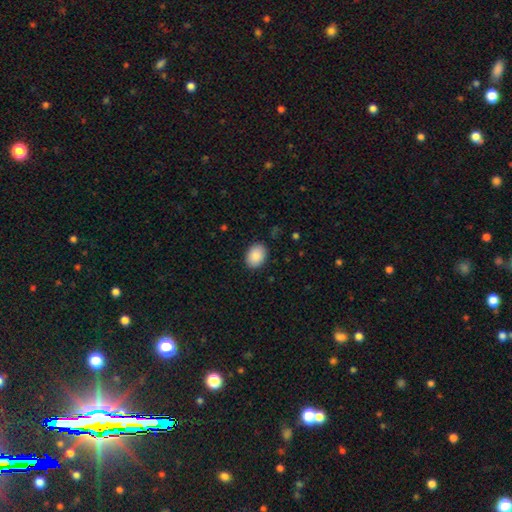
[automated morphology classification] smooth-or-featured: smooth: 89% | star or artifact: 7% | featured or disk: 4%
  how-rounded: in between: 75% | round: 24% | cigar-shaped: 1%
  merging: none: 89% | minor disturbance: 8% | major disturbance: 2% | merger: 1%